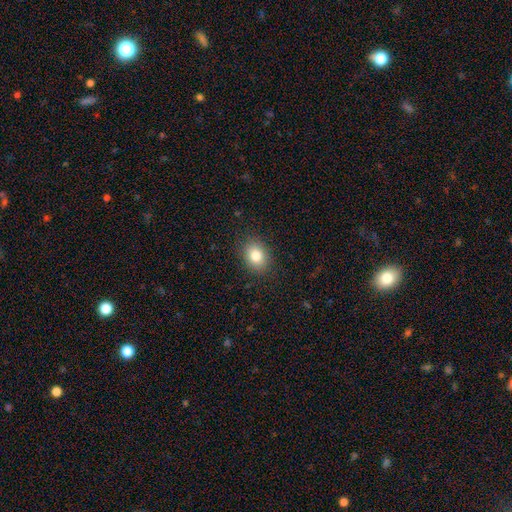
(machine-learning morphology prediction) This is clearly a smooth galaxy (82%). How rounded: likely in between (62%). Merging: clearly none (87%).